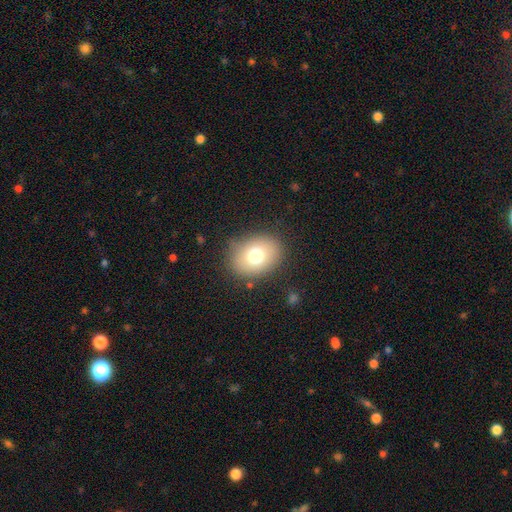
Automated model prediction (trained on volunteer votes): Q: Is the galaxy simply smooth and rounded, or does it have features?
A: smooth — 74%.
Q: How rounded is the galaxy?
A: in between — 54%.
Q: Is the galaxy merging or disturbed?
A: none — 83%.